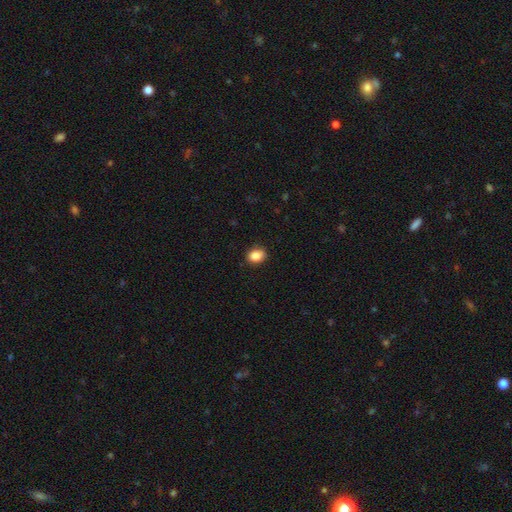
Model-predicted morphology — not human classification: This appears to be a smooth galaxy with no disk features (88%) that is in between round and cigar-shaped (65%). Merging: none (86%).